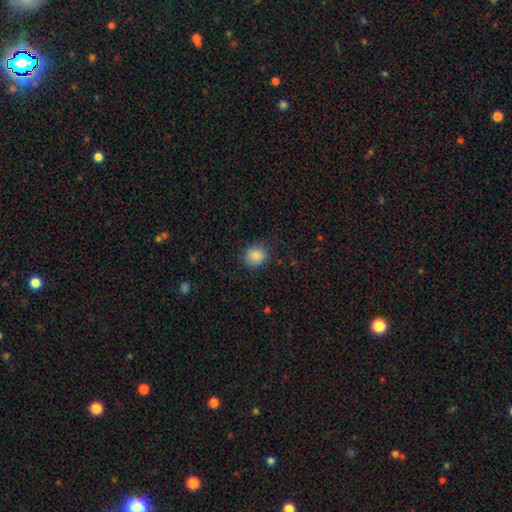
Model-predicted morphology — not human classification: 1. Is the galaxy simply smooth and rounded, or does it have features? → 86% smooth, 9% star or artifact, 5% featured or disk.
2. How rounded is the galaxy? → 76% round, 24% in between, 1% cigar-shaped.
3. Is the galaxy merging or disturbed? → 81% none, 14% minor disturbance, 4% major disturbance, 1% merger.